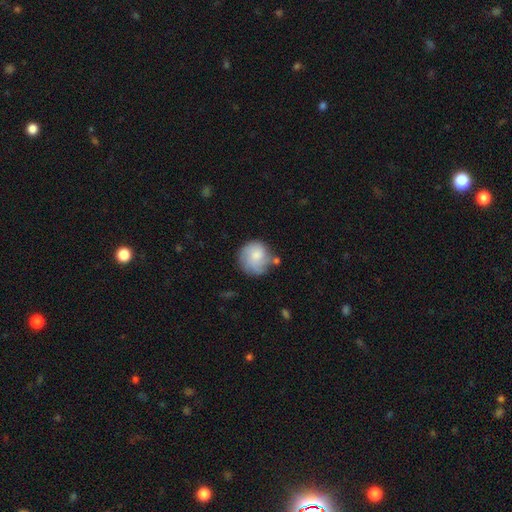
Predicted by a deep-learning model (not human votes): Smooth or featured?
  - smooth: 69% *
  - featured or disk: 24%
  - star or artifact: 7%
How rounded?
  - round: 88% *
  - in between: 11%
  - cigar-shaped: 1%
Merging?
  - none: 60% *
  - minor disturbance: 24%
  - major disturbance: 9%
  - merger: 7%